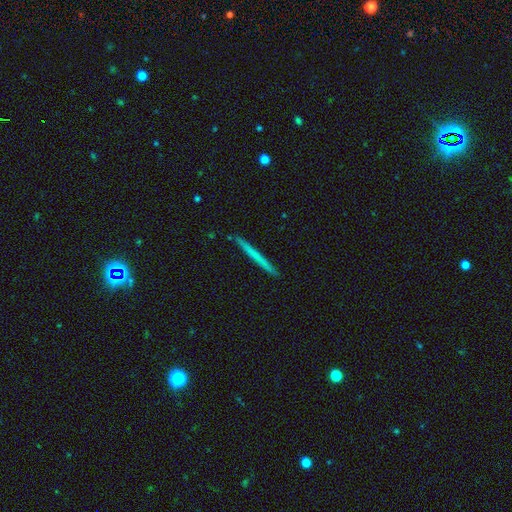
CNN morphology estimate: Smooth or featured?
  - smooth: 53% *
  - featured or disk: 41%
  - star or artifact: 5%
How rounded?
  - cigar-shaped: 97% *
  - in between: 2%
  - round: 1%
Merging?
  - none: 92% *
  - minor disturbance: 6%
  - major disturbance: 1%
  - merger: 1%